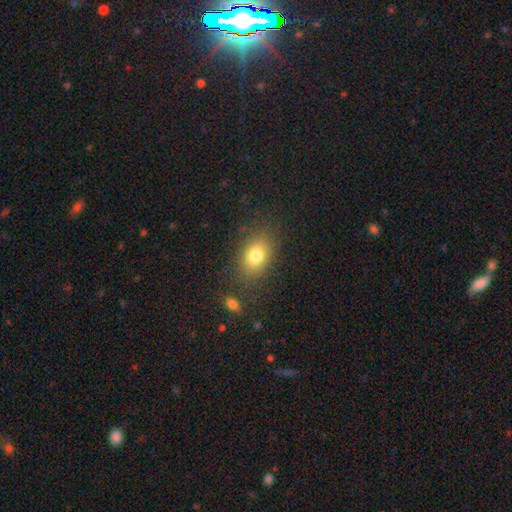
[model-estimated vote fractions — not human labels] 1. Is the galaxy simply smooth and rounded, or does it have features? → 78% smooth, 11% featured or disk, 11% star or artifact.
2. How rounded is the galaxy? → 75% in between, 23% round, 2% cigar-shaped.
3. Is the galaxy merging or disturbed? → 80% none, 13% minor disturbance, 5% major disturbance, 3% merger.